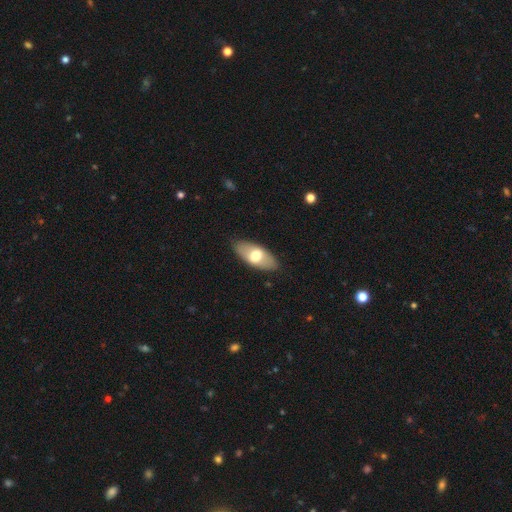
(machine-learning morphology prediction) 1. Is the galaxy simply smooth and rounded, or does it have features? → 61% smooth, 33% featured or disk, 6% star or artifact.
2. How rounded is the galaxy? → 87% in between, 10% cigar-shaped, 3% round.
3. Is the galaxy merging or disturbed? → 86% none, 11% minor disturbance, 3% major disturbance, 1% merger.